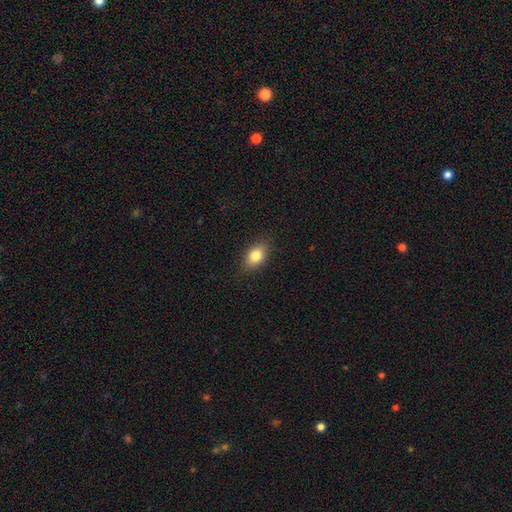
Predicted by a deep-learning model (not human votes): A smooth galaxy with no disk features (82%) that is in between round and cigar-shaped (79%).

Vote fractions:
- Smooth or featured? smooth: 82% / featured or disk: 9% / star or artifact: 9%
- How rounded? in between: 79% / round: 18% / cigar-shaped: 3%
- Merging? none: 85% / minor disturbance: 11% / major disturbance: 3% / merger: 1%